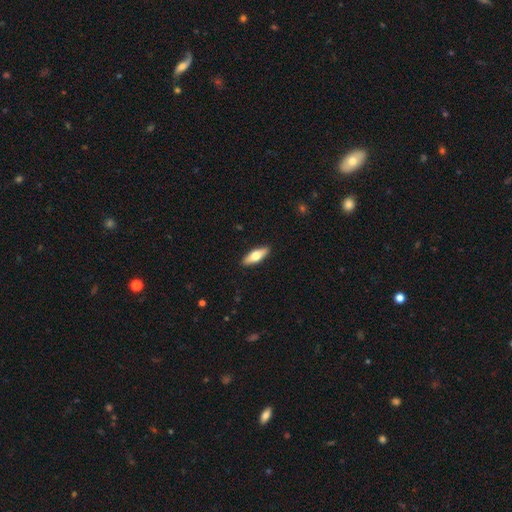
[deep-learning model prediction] smooth-or-featured: smooth: 61% | featured or disk: 33% | star or artifact: 5%
  how-rounded: in between: 57% | cigar-shaped: 41% | round: 2%
  merging: none: 91% | minor disturbance: 7% | major disturbance: 1% | merger: 1%